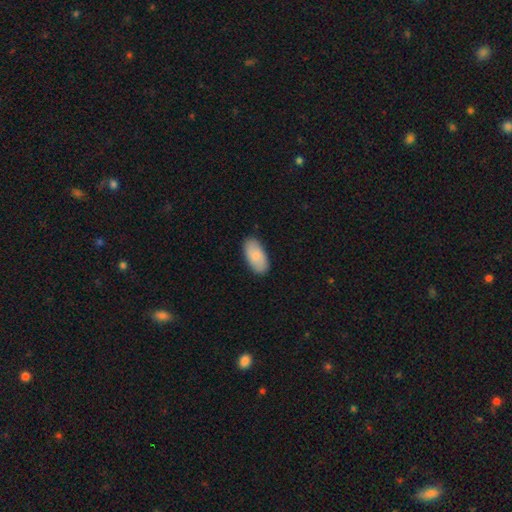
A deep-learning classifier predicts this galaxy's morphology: This is clearly a smooth galaxy (86%). How rounded: clearly in between (94%). Merging: clearly none (87%).